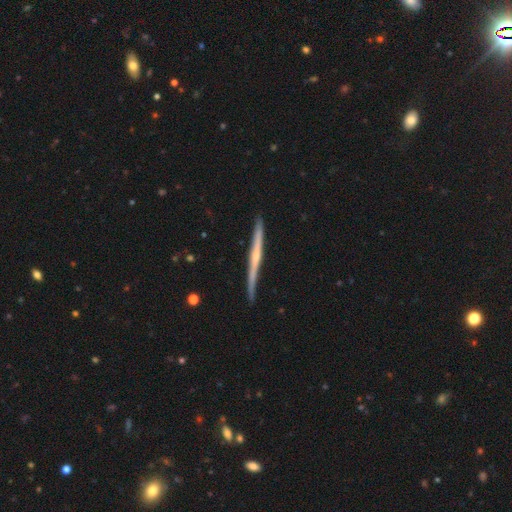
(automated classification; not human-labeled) This is likely a featured or disk galaxy (74%). It is clearly viewed edge-on (98%). Edge-on bulge: possibly rounded (54%). Merging: clearly none (89%).